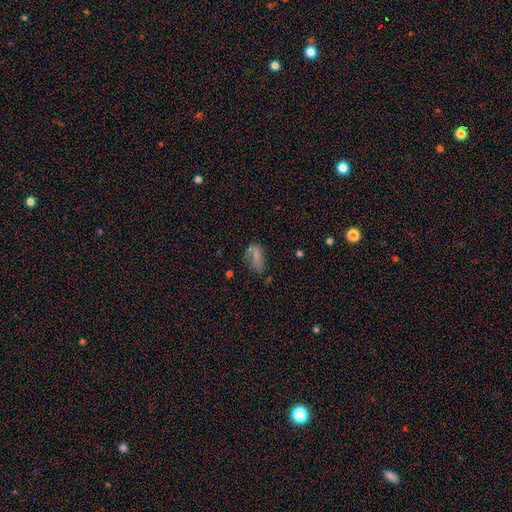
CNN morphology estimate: The model was most divided on "merging": none: 39%, major disturbance: 27%, minor disturbance: 27%, merger: 6%. More confident: how rounded — in between (86%); smooth or featured — smooth (63%).